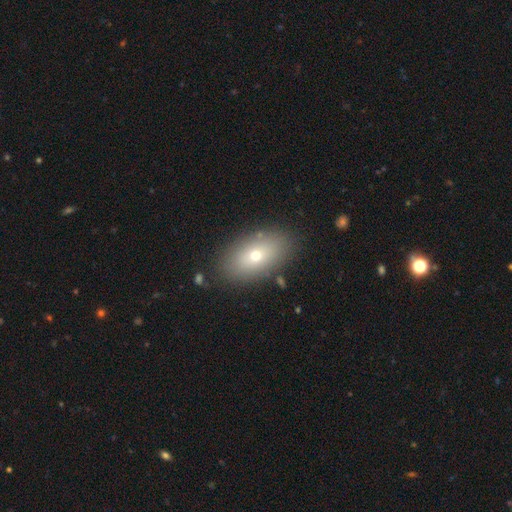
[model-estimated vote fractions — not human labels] The model was most divided on "smooth or featured": smooth: 67%, featured or disk: 22%, star or artifact: 11%. More confident: how rounded — in between (88%); merging — none (85%).